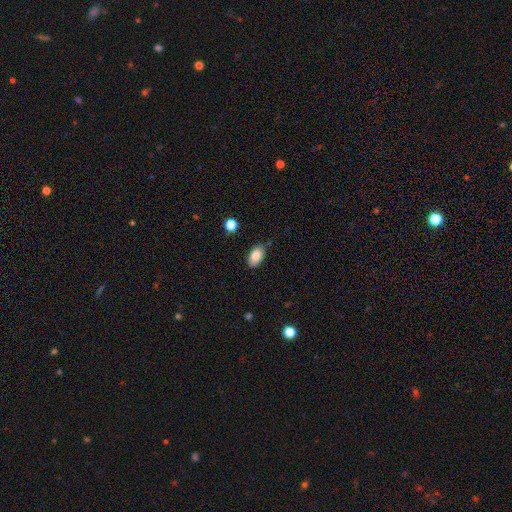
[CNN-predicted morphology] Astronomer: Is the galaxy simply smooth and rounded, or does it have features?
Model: smooth — 84%.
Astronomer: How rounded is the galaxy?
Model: in between — 93%.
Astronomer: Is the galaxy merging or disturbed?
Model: none — 79%.